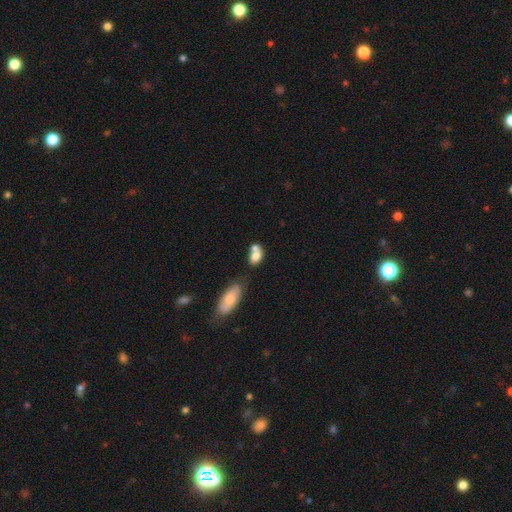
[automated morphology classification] This appears to be a smooth galaxy with no disk features (75%) that is in between round and cigar-shaped (70%). Merging: merger (55%).